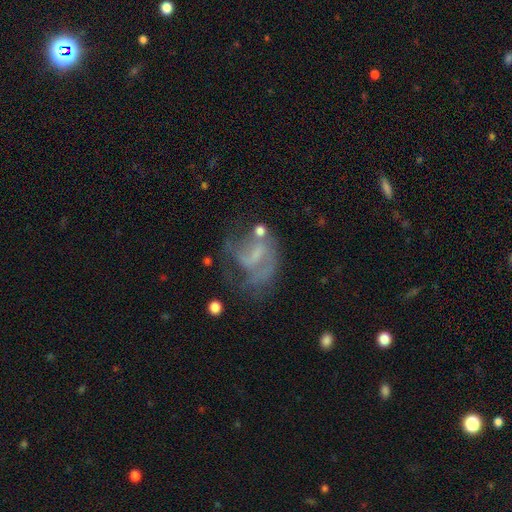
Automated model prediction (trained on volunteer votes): Smooth or featured?
  - featured or disk: 65% *
  - smooth: 23%
  - star or artifact: 12%
Edge-on disk?
  - no: 97% *
  - yes: 3%
Bar?
  - weak: 45% *
  - no: 40%
  - strong: 15%
Spiral arms?
  - yes: 65% *
  - no: 35%
Bulge size?
  - none: 40% *
  - small: 39%
  - moderate: 18%
  - large: 2%
  - dominant: 1%
Merging?
  - major disturbance: 36% *
  - none: 35%
  - minor disturbance: 20%
  - merger: 9%